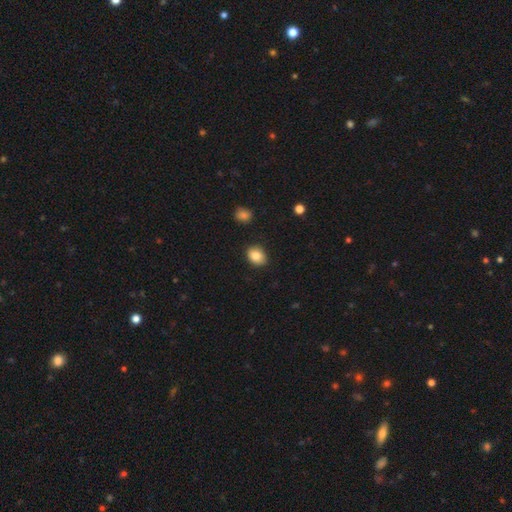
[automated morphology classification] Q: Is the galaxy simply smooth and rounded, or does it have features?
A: smooth — 86%.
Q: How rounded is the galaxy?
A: in between — 61%.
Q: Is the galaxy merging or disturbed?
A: none — 87%.